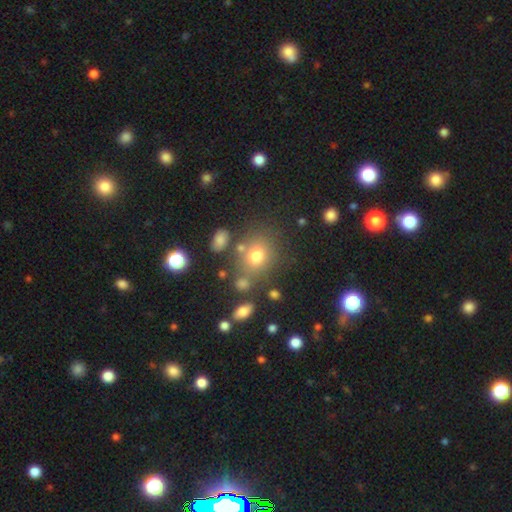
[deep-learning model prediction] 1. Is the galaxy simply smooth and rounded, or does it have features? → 72% smooth, 16% star or artifact, 11% featured or disk.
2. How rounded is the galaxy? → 71% round, 28% in between, 1% cigar-shaped.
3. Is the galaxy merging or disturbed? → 68% none, 13% minor disturbance, 12% merger, 7% major disturbance.